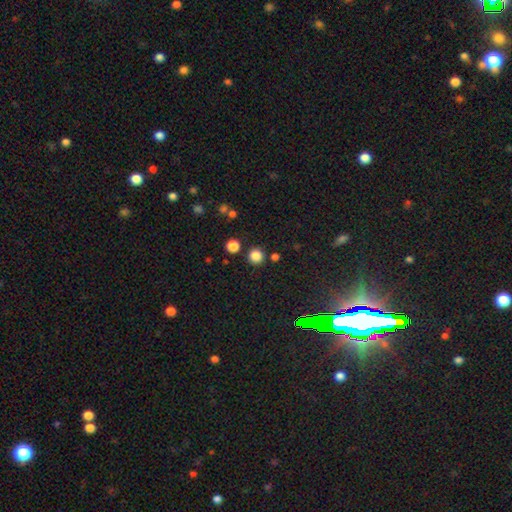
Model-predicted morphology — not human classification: smooth-or-featured: smooth: 83% | star or artifact: 13% | featured or disk: 4%
  how-rounded: round: 95% | in between: 4% | cigar-shaped: 1%
  merging: none: 87% | minor disturbance: 6% | merger: 5% | major disturbance: 2%